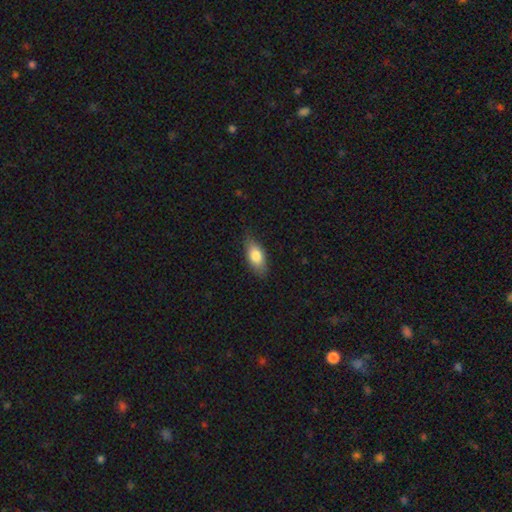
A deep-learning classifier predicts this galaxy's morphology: smooth 79%, featured or disk 15%, star or artifact 7%. Down the decision tree: how rounded — in between (87%); merging — none (77%).